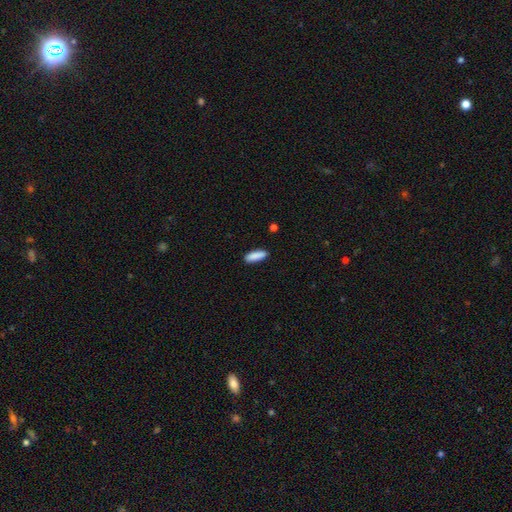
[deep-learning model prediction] The model was most divided on "how rounded": in between: 54%, cigar-shaped: 44%, round: 2%. More confident: smooth or featured — smooth (89%); merging — none (87%).